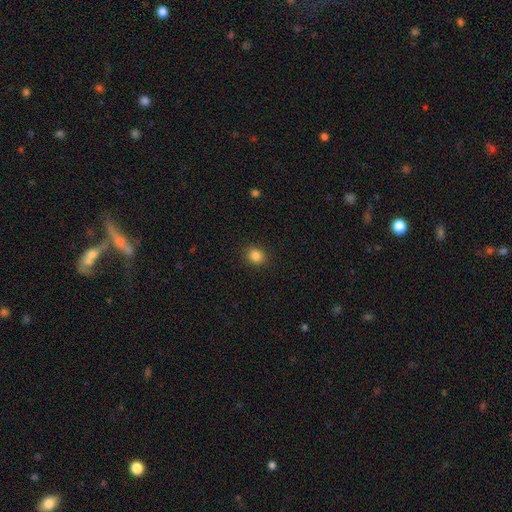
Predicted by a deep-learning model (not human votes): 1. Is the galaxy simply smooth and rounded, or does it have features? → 85% smooth, 11% star or artifact, 4% featured or disk.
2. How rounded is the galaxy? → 66% round, 33% in between, 1% cigar-shaped.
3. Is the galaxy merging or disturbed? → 90% none, 7% minor disturbance, 2% major disturbance, 1% merger.